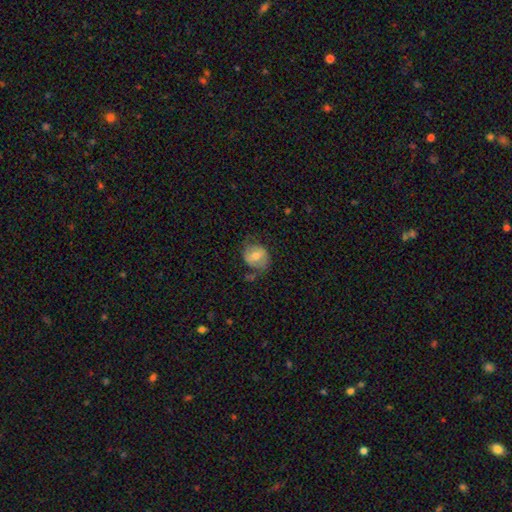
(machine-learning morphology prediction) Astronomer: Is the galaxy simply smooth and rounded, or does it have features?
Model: smooth — 55% (runner-up: featured or disk, 38%).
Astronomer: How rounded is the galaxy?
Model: round — 65%.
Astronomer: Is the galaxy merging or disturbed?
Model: none — 53%.